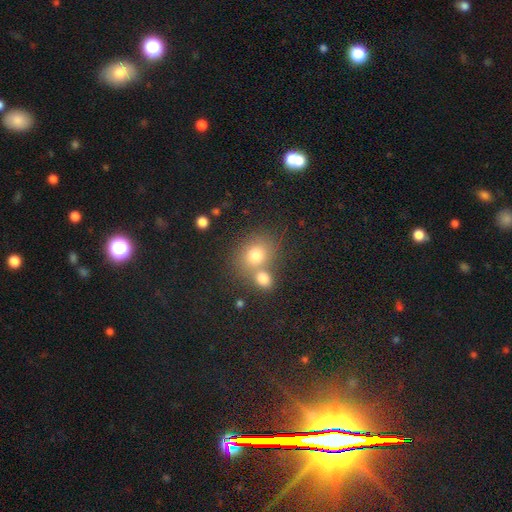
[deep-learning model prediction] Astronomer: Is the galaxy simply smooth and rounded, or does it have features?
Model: smooth — 75%.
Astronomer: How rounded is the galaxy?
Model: round — 64%.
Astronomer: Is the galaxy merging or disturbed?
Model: none — 48% (runner-up: merger, 39%).